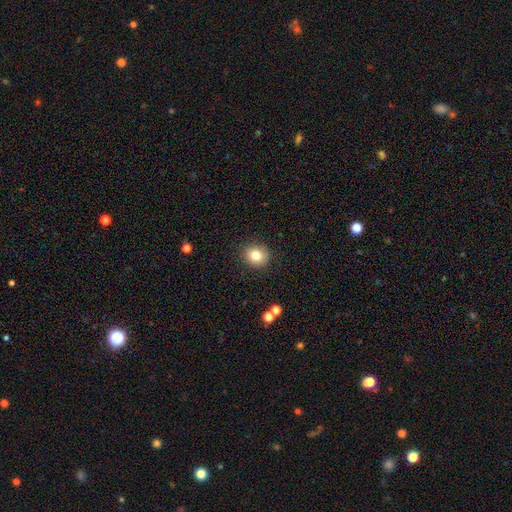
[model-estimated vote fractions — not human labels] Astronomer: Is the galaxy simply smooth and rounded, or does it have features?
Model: smooth — 81%.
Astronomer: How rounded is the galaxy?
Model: round — 82%.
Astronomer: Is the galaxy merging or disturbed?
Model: none — 89%.